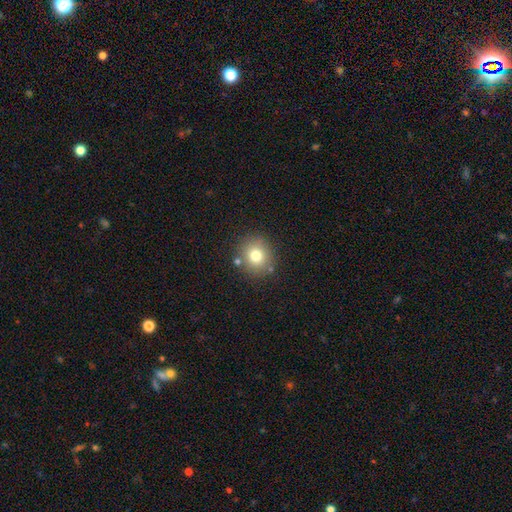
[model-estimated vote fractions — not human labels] The model was most divided on "smooth or featured": smooth: 76%, star or artifact: 13%, featured or disk: 11%. More confident: how rounded — round (84%); merging — none (82%).